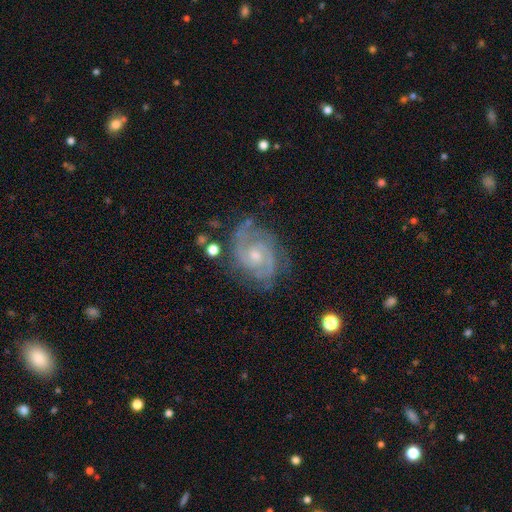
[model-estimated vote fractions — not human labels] Q: Smooth or featured?
A: featured or disk (89%); runner-up: star or artifact (6%)
Q: Edge-on disk?
A: no (98%); runner-up: yes (2%)
Q: Bar?
A: no (65%); runner-up: weak (30%)
Q: Spiral arms?
A: yes (97%); runner-up: no (3%)
Q: Spiral winding?
A: tight (53%); runner-up: medium (40%)
Q: Spiral arm count?
A: 2 (70%); runner-up: 3 (11%)
Q: Bulge size?
A: small (54%); runner-up: moderate (41%)
Q: Merging?
A: none (71%); runner-up: minor disturbance (19%)